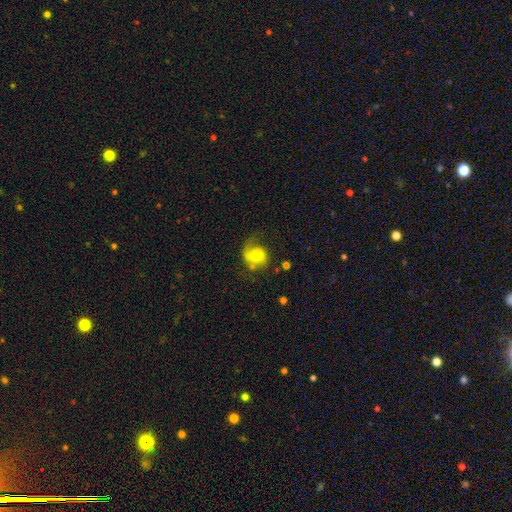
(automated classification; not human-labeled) Smooth or featured? Predicted: featured or disk (p=0.56). Edge-on disk? Predicted: no (p=0.97). Bar? Predicted: no (p=0.60). Spiral arms? Predicted: yes (p=0.85). Bulge size? Predicted: moderate (p=0.56). Merging? Predicted: none (p=0.49).